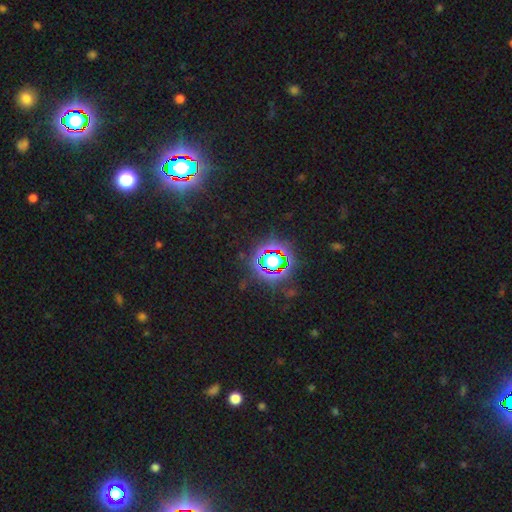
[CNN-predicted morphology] Smooth or featured?
  - star or artifact: 83% *
  - smooth: 10%
  - featured or disk: 7%